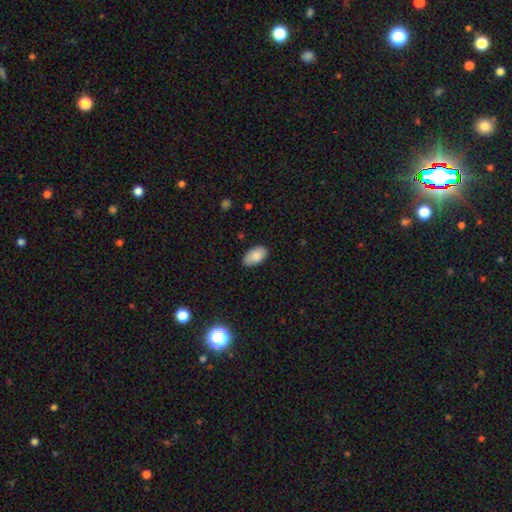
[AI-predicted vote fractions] Smooth or featured? smooth (85%)
How rounded? in between (95%)
Merging? none (81%)